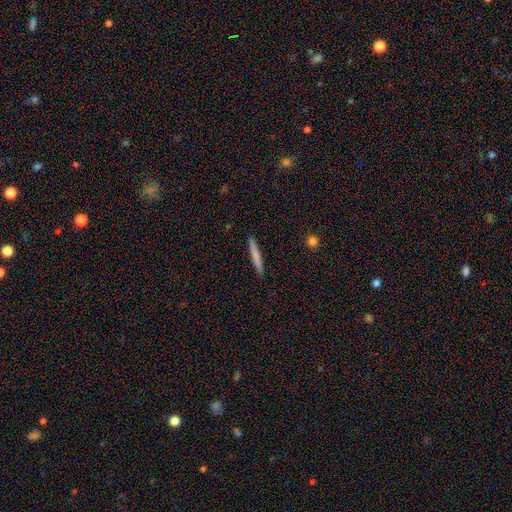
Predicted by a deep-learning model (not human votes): Smooth or featured? Predicted: smooth (p=0.73). How rounded? Predicted: cigar-shaped (p=0.96). Merging? Predicted: none (p=0.91).